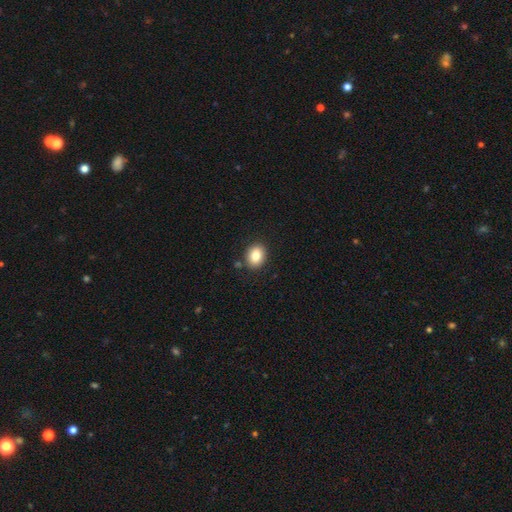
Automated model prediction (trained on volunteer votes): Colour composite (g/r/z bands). It shows a smooth galaxy with no disk features (83%) that is in between round and cigar-shaped (51%). Merging: none (86%).